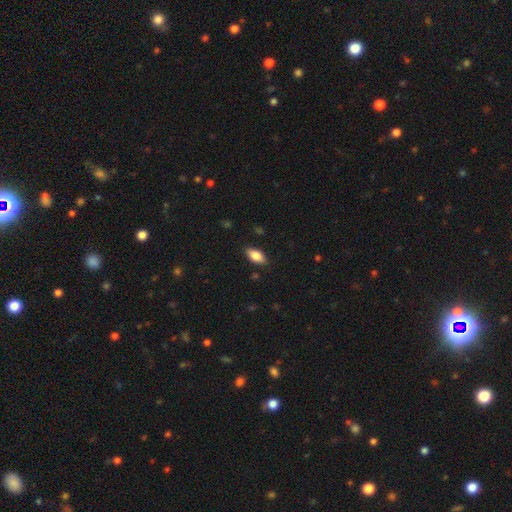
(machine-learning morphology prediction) smooth 81%, featured or disk 12%, star or artifact 7%. Down the decision tree: how rounded — in between (89%); merging — none (87%).